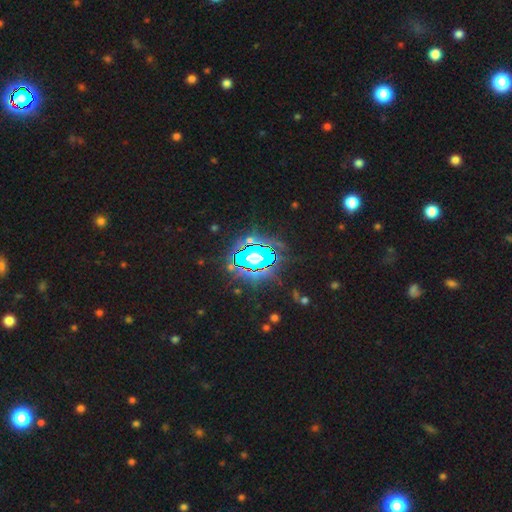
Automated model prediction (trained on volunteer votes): Smooth or featured: star or artifact — 66% (smooth — 18%)